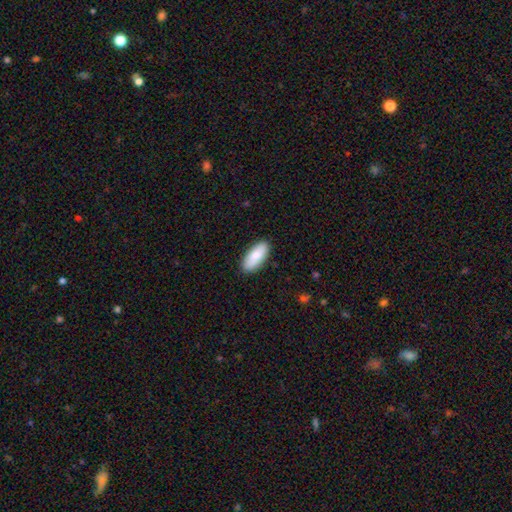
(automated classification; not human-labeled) Smooth or featured?
  - smooth: 84% *
  - featured or disk: 10%
  - star or artifact: 6%
How rounded?
  - in between: 84% *
  - cigar-shaped: 15%
  - round: 2%
Merging?
  - none: 88% *
  - minor disturbance: 9%
  - major disturbance: 2%
  - merger: 1%